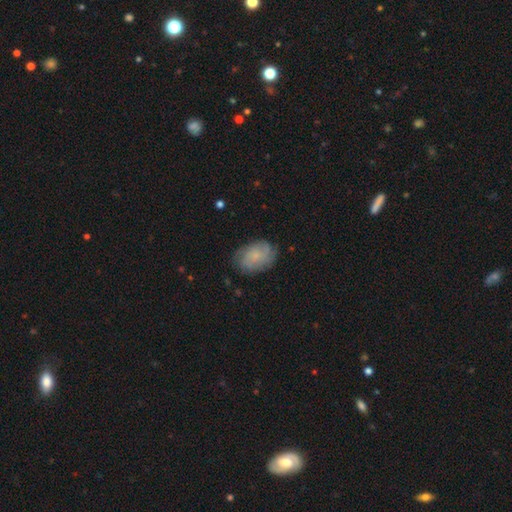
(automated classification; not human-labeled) Smooth or featured? smooth (54%)
How rounded? in between (82%)
Merging? none (74%)